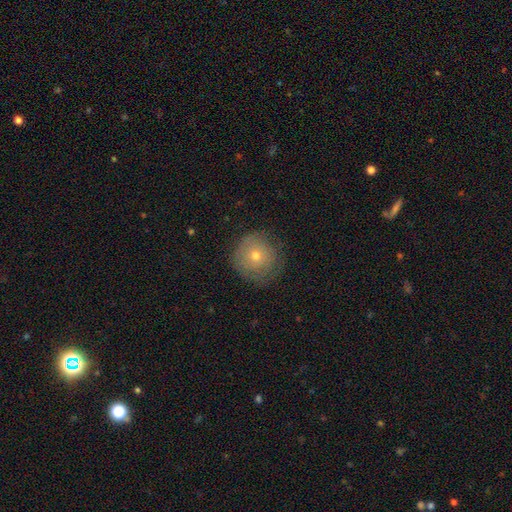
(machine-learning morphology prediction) type=smooth (59%); roundness=round (94%); merging=none (77%).